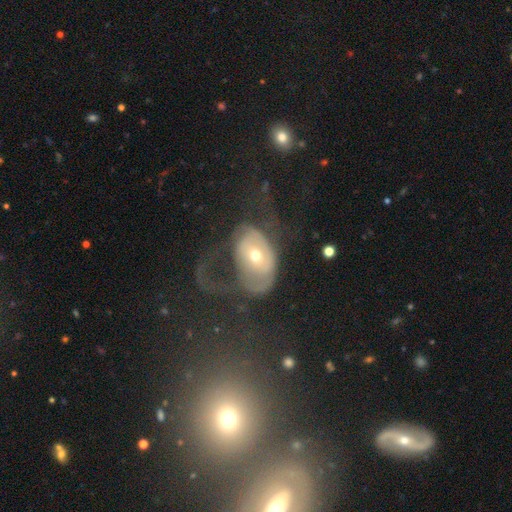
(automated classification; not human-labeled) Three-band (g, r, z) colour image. It shows a featured or disk galaxy (56%) with no bar (74%), no spiral arms (58%) and a moderate central bulge (55%). Merging: major disturbance (59%).